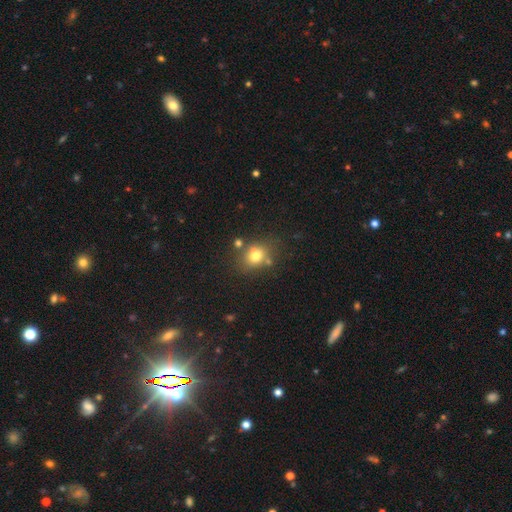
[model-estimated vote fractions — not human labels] This appears to be a smooth galaxy with no disk features (72%) that is round (67%). Merging: none (65%).